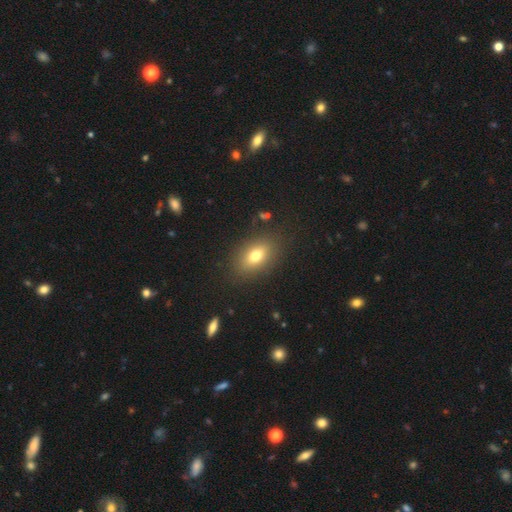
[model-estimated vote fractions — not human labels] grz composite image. It shows a smooth galaxy with no disk features (74%) that is in between round and cigar-shaped (82%). Merging: none (85%).